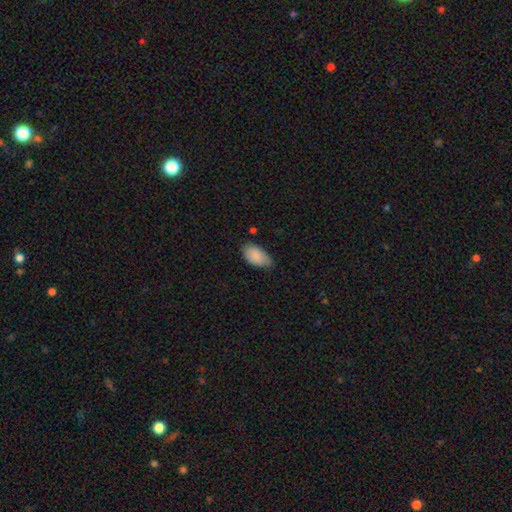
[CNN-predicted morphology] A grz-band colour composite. It shows a smooth galaxy with no disk features (87%) that is in between round and cigar-shaped (94%). Merging: none (56%).